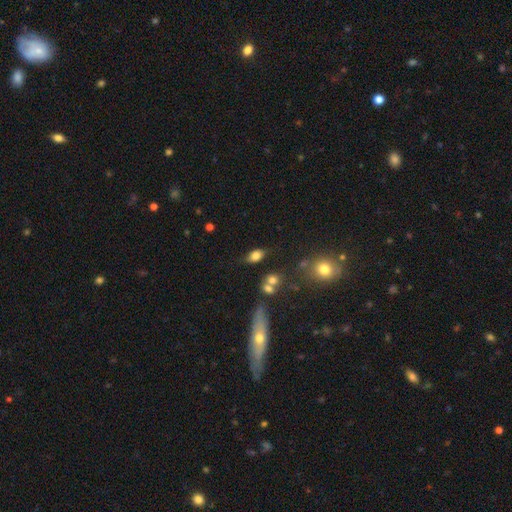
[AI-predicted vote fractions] Smooth or featured: smooth — 78% (featured or disk — 12%)
How rounded: in between — 87% (round — 9%)
Merging: none — 65% (minor disturbance — 19%)